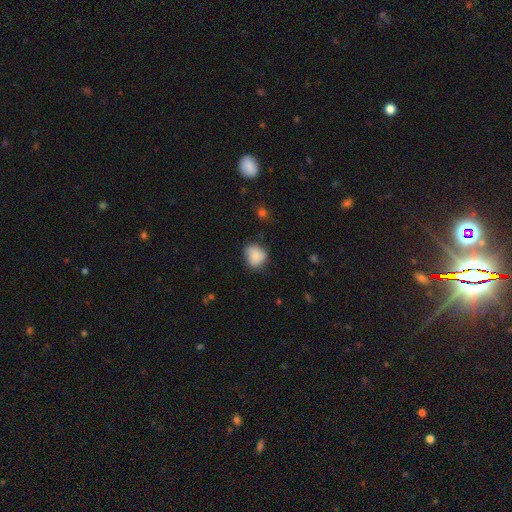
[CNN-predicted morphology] Q: Smooth or featured?
A: smooth (81%); runner-up: featured or disk (10%)
Q: How rounded?
A: round (67%); runner-up: in between (32%)
Q: Merging?
A: none (61%); runner-up: minor disturbance (29%)